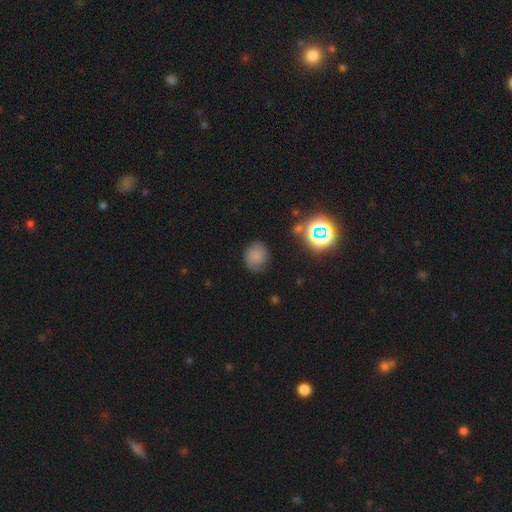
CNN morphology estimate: smooth-or-featured: smooth: 66% | featured or disk: 18% | star or artifact: 16%
  how-rounded: round: 79% | in between: 20% | cigar-shaped: 1%
  merging: none: 73% | minor disturbance: 19% | major disturbance: 6% | merger: 2%